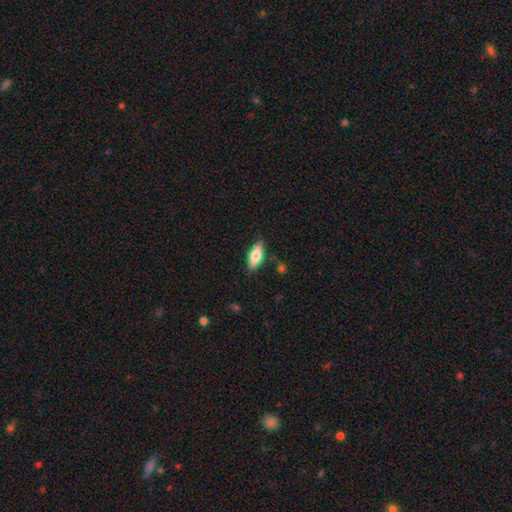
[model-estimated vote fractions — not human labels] Smooth or featured?
  - smooth: 70% *
  - featured or disk: 24%
  - star or artifact: 7%
How rounded?
  - in between: 74% *
  - cigar-shaped: 23%
  - round: 3%
Merging?
  - none: 81% *
  - minor disturbance: 14%
  - major disturbance: 3%
  - merger: 2%